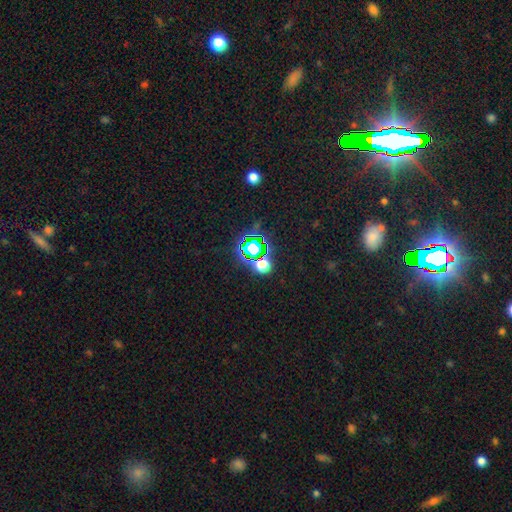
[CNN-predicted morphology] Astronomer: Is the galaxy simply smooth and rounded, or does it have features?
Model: star or artifact — 67%.